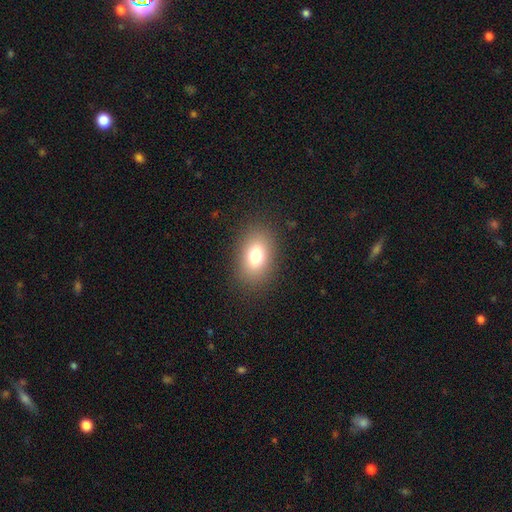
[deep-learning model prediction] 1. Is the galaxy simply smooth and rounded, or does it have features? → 76% smooth, 12% star or artifact, 12% featured or disk.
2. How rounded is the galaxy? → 79% in between, 19% round, 1% cigar-shaped.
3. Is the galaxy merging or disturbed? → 86% none, 9% minor disturbance, 4% major disturbance, 1% merger.